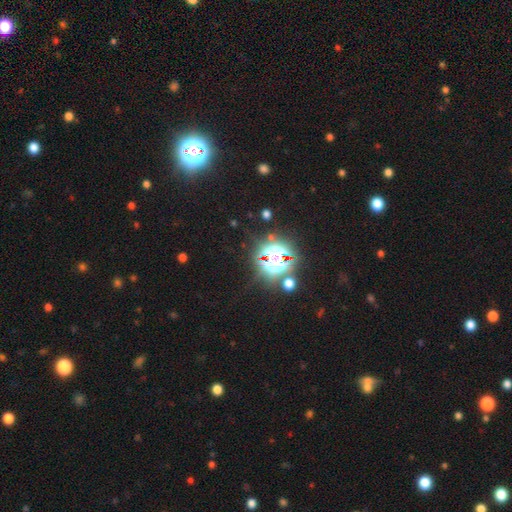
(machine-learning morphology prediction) smooth-or-featured: star or artifact: 84% | smooth: 10% | featured or disk: 6%